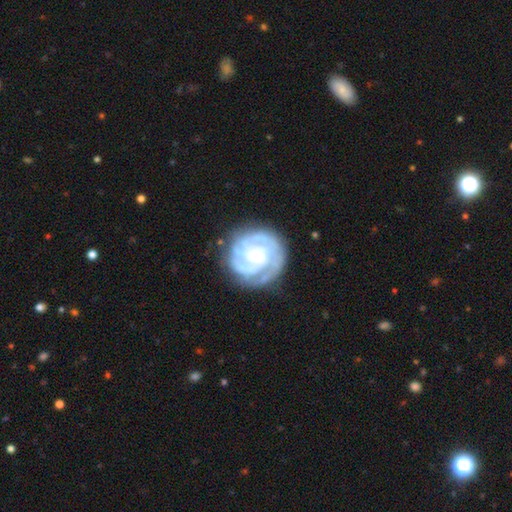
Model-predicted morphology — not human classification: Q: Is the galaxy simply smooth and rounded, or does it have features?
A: featured or disk — 89%.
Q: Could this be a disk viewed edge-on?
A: no — 98%.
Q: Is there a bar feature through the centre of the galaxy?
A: weak — 46%.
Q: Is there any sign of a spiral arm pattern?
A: yes — 97%.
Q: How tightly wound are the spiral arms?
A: tight — 71%.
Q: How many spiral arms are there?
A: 3 — 37%.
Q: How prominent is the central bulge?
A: moderate — 56%.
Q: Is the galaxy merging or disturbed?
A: none — 79%.